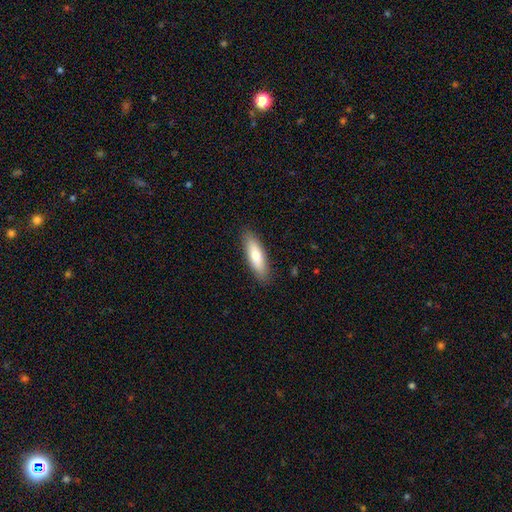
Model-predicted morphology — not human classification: smooth-or-featured: smooth: 76% | featured or disk: 18% | star or artifact: 6%
  how-rounded: cigar-shaped: 58% | in between: 40% | round: 2%
  merging: none: 88% | minor disturbance: 9% | major disturbance: 2% | merger: 1%